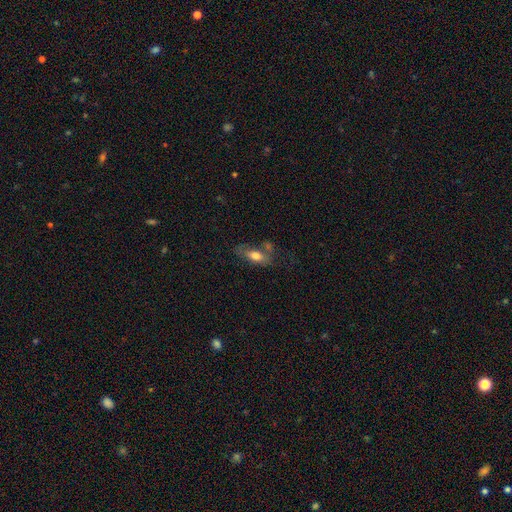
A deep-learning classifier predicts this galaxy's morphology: A smooth galaxy with no disk features (66%) that is in between round and cigar-shaped (78%). Merging: none (46%).